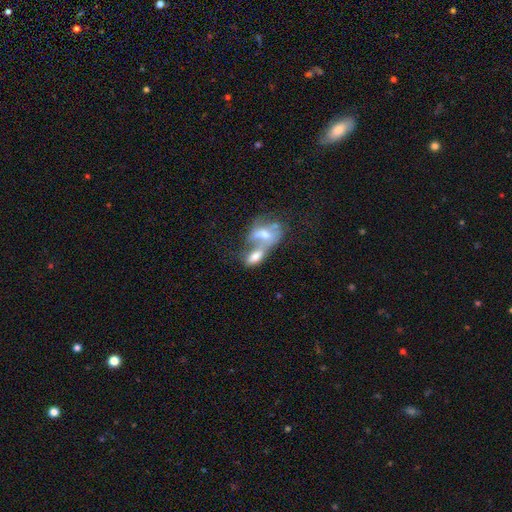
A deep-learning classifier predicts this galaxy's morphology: This appears to be a smooth galaxy with no disk features (51%) that is in between round and cigar-shaped (84%). Merging: merger (74%).